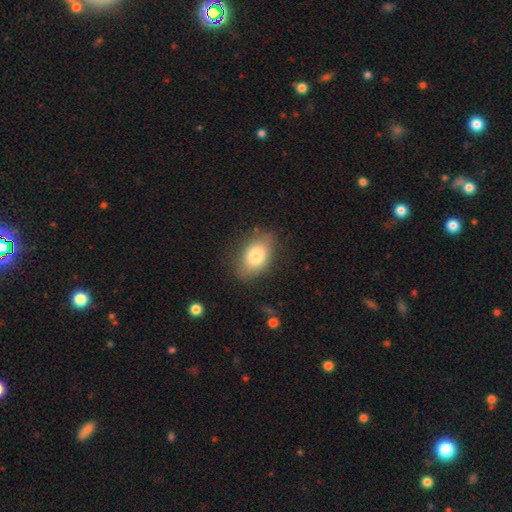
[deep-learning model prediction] Morphology: type=smooth (78%); roundness=in between (85%); merging=none (77%).